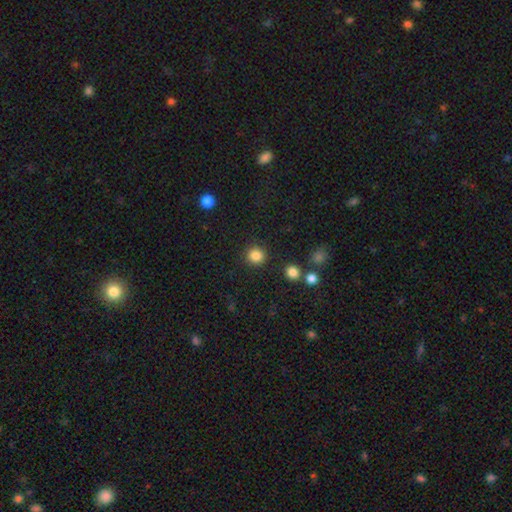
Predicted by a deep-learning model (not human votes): Smooth or featured: smooth — 85% (star or artifact — 11%)
How rounded: round — 91% (in between — 8%)
Merging: none — 89% (minor disturbance — 6%)